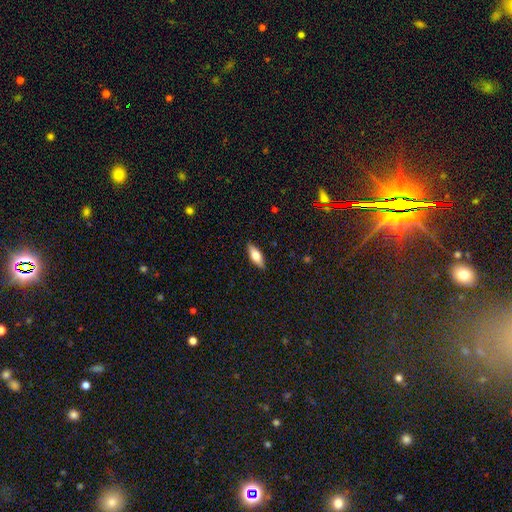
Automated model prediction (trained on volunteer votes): This is likely a smooth galaxy (64%). How rounded: likely in between (66%). Merging: clearly none (89%).